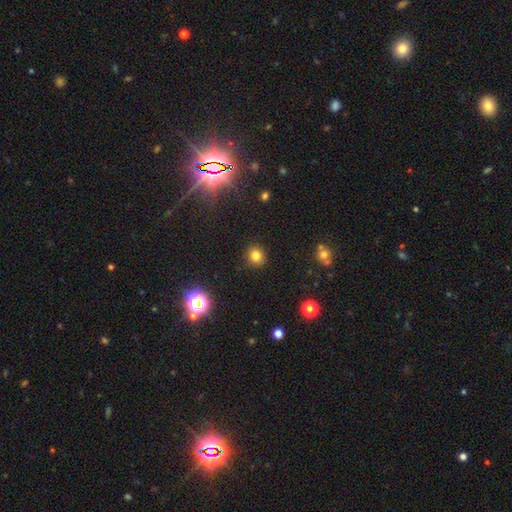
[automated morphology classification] type=smooth (79%); roundness=round (79%); merging=none (90%).